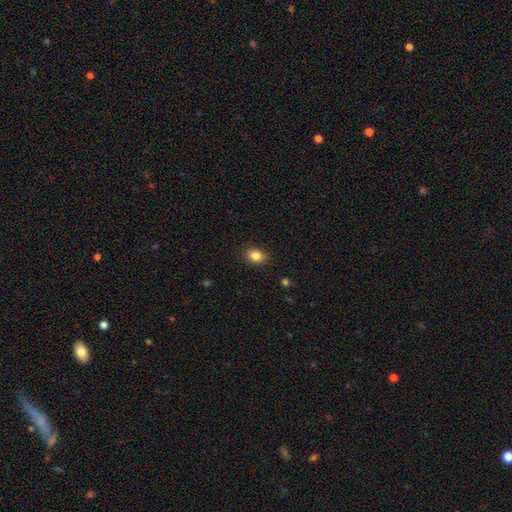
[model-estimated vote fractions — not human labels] Morphology: type=smooth (85%); roundness=in between (50%); merging=none (89%).